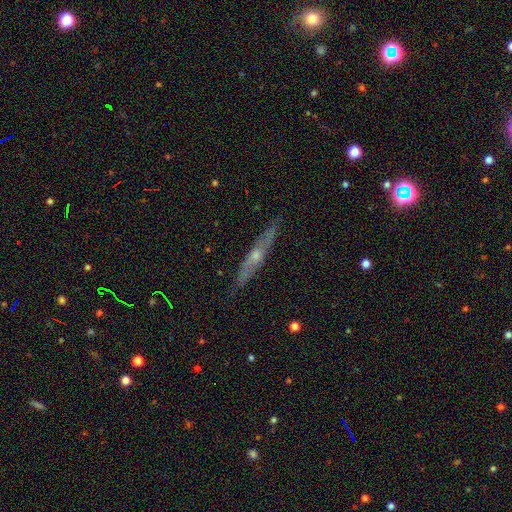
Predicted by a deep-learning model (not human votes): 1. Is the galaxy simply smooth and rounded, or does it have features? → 68% featured or disk, 25% smooth, 7% star or artifact.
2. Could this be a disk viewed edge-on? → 88% yes, 12% no.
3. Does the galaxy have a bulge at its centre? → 77% rounded, 19% none, 3% boxy.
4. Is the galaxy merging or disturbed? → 86% none, 11% minor disturbance, 2% major disturbance, 1% merger.